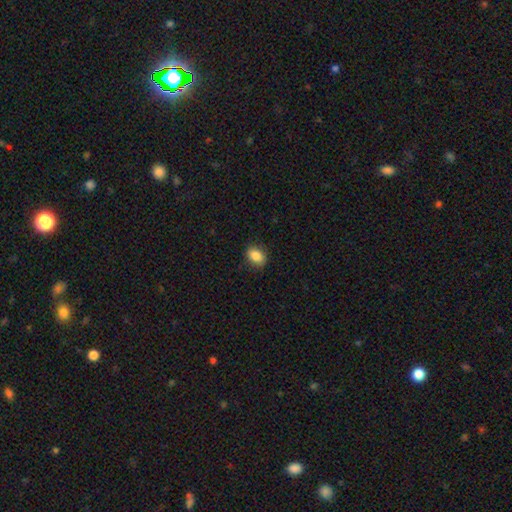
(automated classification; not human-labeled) A smooth galaxy with no disk features (87%) that is in between round and cigar-shaped (73%).

Vote fractions:
- Smooth or featured? smooth: 87% / star or artifact: 9% / featured or disk: 5%
- How rounded? in between: 73% / round: 26% / cigar-shaped: 1%
- Merging? none: 87% / minor disturbance: 10% / major disturbance: 2% / merger: 1%